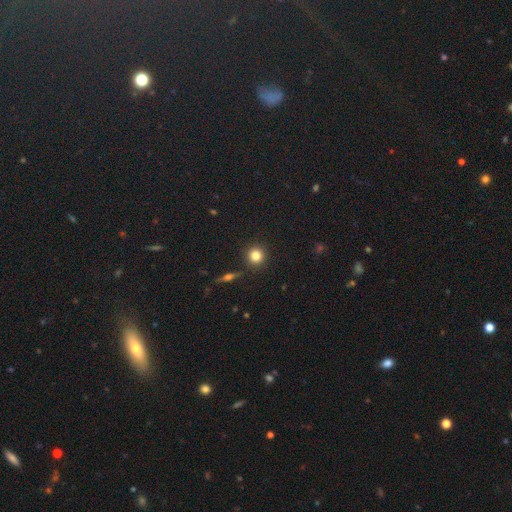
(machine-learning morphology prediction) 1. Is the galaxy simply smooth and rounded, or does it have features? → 81% smooth, 12% star or artifact, 7% featured or disk.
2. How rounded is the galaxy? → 93% round, 5% in between, 1% cigar-shaped.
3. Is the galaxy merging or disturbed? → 90% none, 6% minor disturbance, 2% merger, 2% major disturbance.